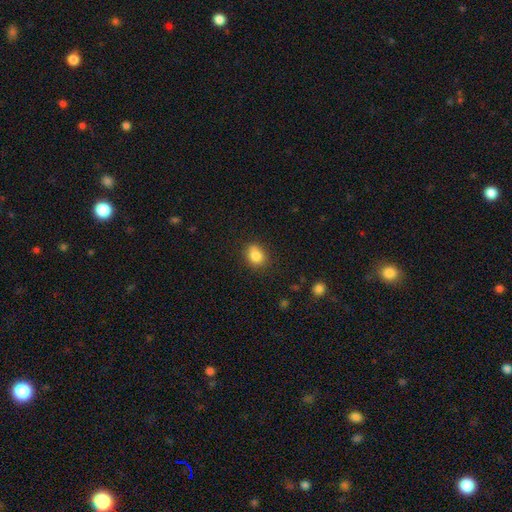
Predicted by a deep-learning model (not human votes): Smooth or featured? smooth (83%)
How rounded? round (59%)
Merging? none (72%)